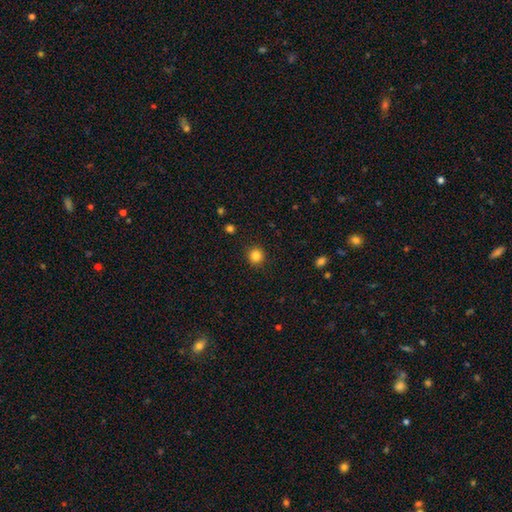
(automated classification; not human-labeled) This is clearly a smooth galaxy (85%). How rounded: clearly round (93%). Merging: clearly none (91%).